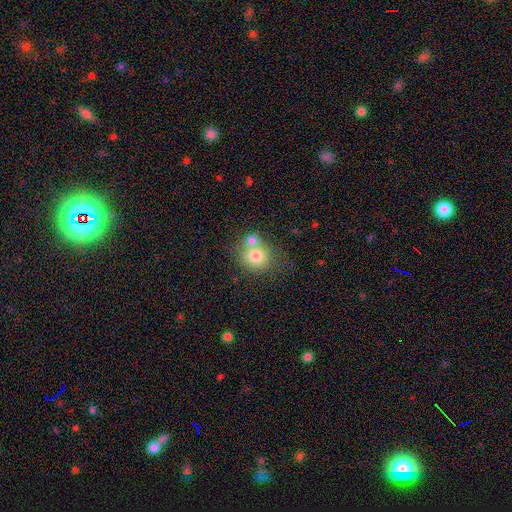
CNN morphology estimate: smooth 75%, featured or disk 14%, star or artifact 10%. Down the decision tree: how rounded — round (82%); merging — none (44%).